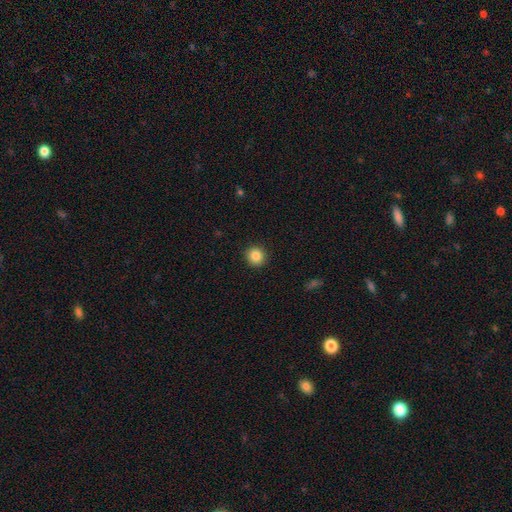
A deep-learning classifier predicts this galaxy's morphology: This appears to be a smooth galaxy with no disk features (86%) that is round (90%). Merging: none (92%).